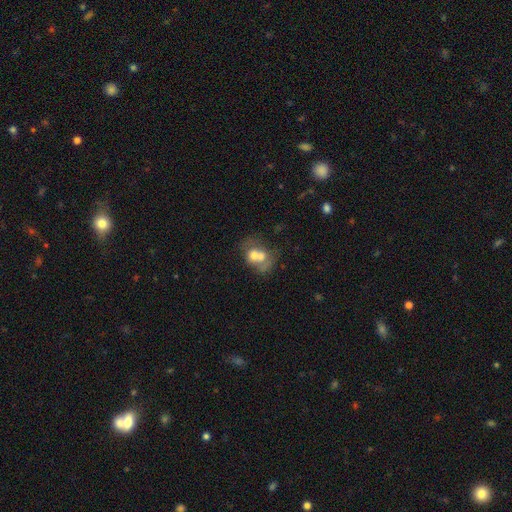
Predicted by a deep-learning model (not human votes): This is possibly a smooth galaxy (58%). How rounded: possibly round (55%). Merging: likely merger (70%).